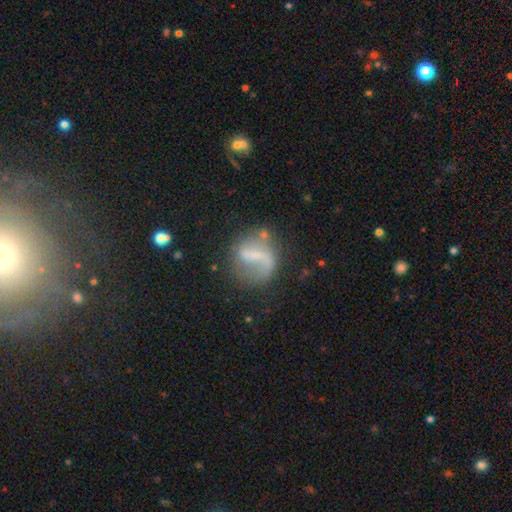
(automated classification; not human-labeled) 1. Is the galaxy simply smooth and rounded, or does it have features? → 57% featured or disk, 32% smooth, 10% star or artifact.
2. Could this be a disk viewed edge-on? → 96% no, 4% yes.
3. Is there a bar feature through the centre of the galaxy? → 40% weak, 33% strong, 27% no.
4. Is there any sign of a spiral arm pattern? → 70% yes, 30% no.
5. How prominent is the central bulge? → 48% none, 34% small, 13% moderate, 3% large, 2% dominant.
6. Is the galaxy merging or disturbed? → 50% none, 24% major disturbance, 21% minor disturbance, 5% merger.